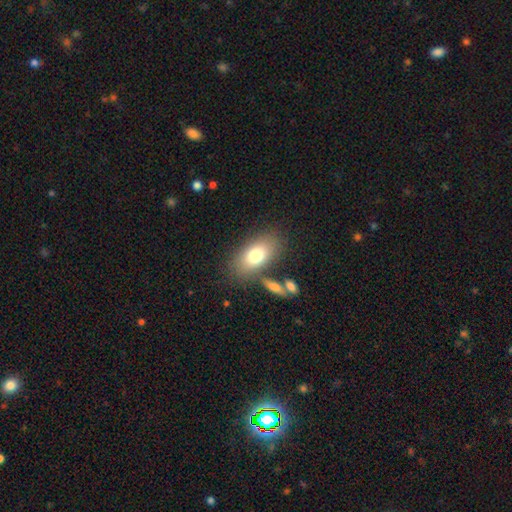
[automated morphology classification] Smooth or featured: smooth — 76% (featured or disk — 15%)
How rounded: in between — 88% (round — 8%)
Merging: none — 72% (minor disturbance — 12%)